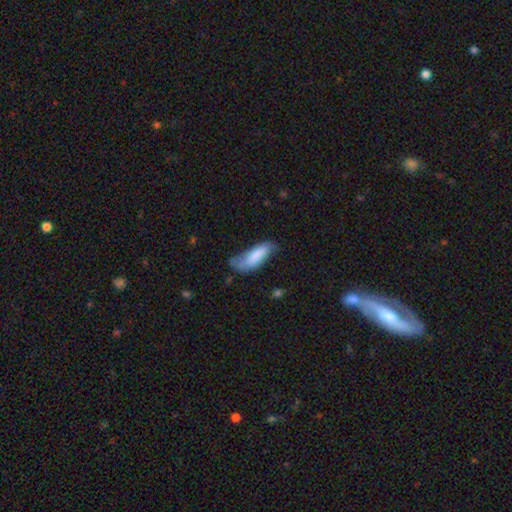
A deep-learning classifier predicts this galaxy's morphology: Smooth or featured: smooth — 78% (featured or disk — 15%)
How rounded: in between — 64% (cigar-shaped — 35%)
Merging: none — 41% (minor disturbance — 37%)